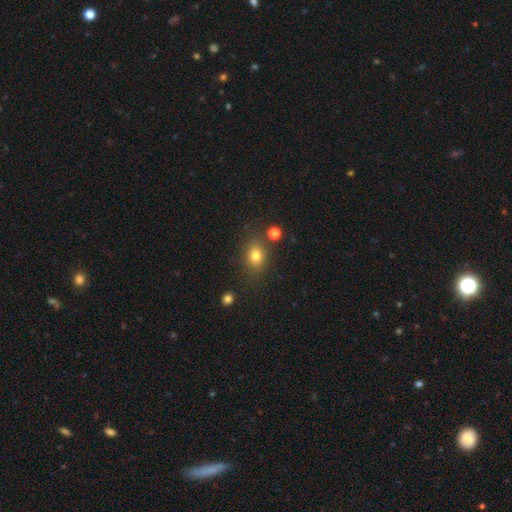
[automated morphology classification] Smooth or featured?
  - smooth: 78% *
  - star or artifact: 13%
  - featured or disk: 9%
How rounded?
  - in between: 57% *
  - round: 41%
  - cigar-shaped: 2%
Merging?
  - none: 77% *
  - minor disturbance: 13%
  - merger: 5%
  - major disturbance: 4%